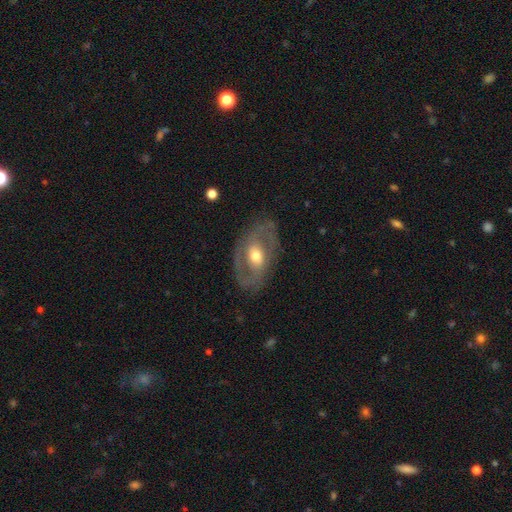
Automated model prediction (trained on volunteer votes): The model was most divided on "bar": no: 43%, weak: 38%, strong: 20%. More confident: edge-on disk — no (92%); merging — none (76%); bulge size — moderate (71%); smooth or featured — featured or disk (70%); spiral arms — yes (60%).